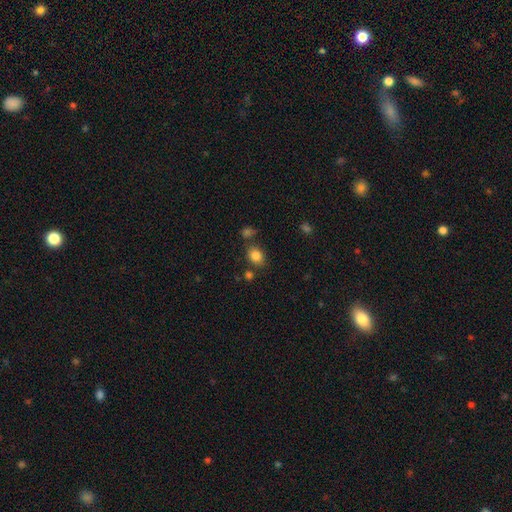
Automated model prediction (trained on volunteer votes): Smooth or featured?
  - smooth: 84% *
  - star or artifact: 11%
  - featured or disk: 6%
How rounded?
  - in between: 53% *
  - round: 46%
  - cigar-shaped: 1%
Merging?
  - none: 74% *
  - minor disturbance: 13%
  - merger: 9%
  - major disturbance: 4%